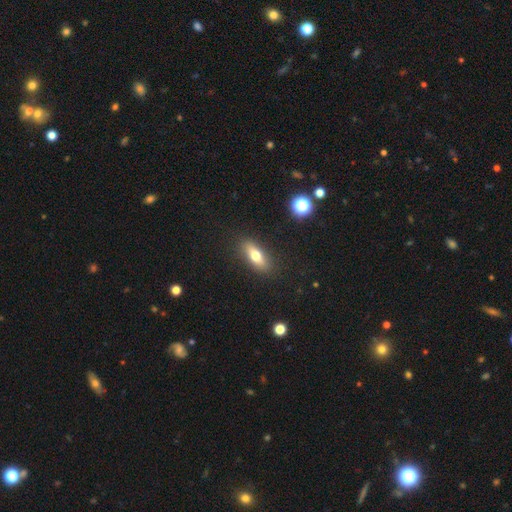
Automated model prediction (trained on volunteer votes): The model was most divided on "how rounded": in between: 63%, cigar-shaped: 32%, round: 5%. More confident: merging — none (87%); smooth or featured — smooth (66%).